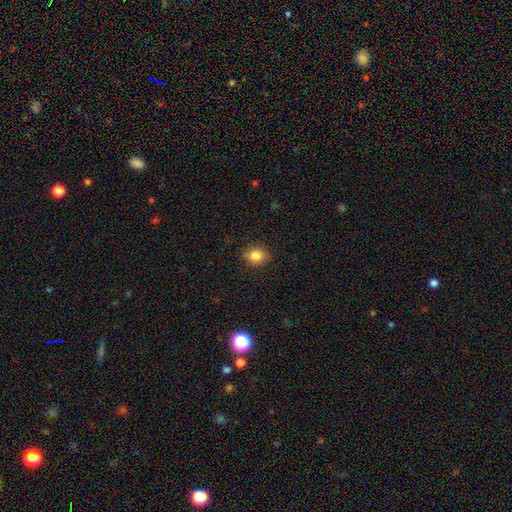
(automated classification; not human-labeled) The model was most divided on "how rounded": round: 70%, in between: 29%, cigar-shaped: 1%. More confident: merging — none (85%); smooth or featured — smooth (85%).